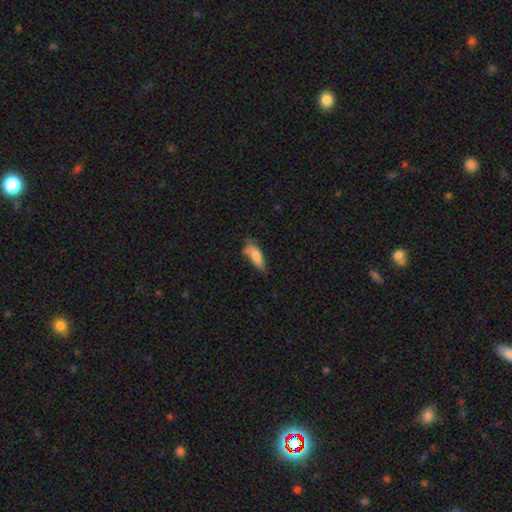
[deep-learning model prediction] A smooth galaxy with no disk features (79%) that is in between round and cigar-shaped (66%).

Vote fractions:
- Smooth or featured? smooth: 79% / featured or disk: 13% / star or artifact: 7%
- How rounded? in between: 66% / cigar-shaped: 32% / round: 2%
- Merging? none: 49% / minor disturbance: 32% / major disturbance: 10% / merger: 9%